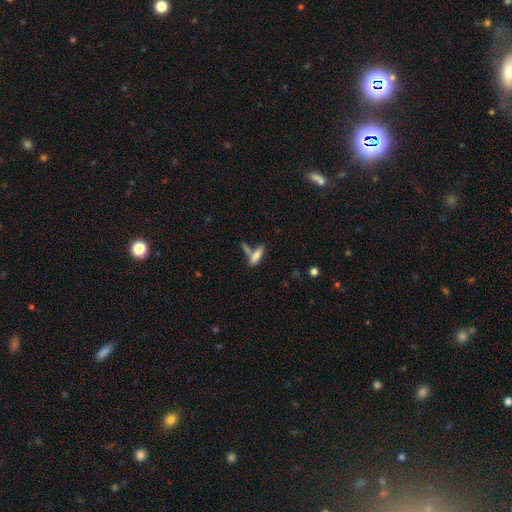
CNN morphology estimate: Overall: smooth (77%). How rounded: in between (49%; cigar-shaped 48%). Merging: none (44%; merger 37%).